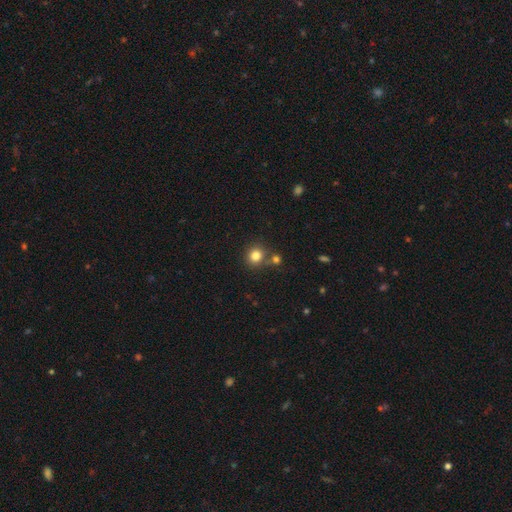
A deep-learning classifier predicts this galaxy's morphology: A smooth galaxy with no disk features (81%) that is round (87%).

Vote fractions:
- Smooth or featured? smooth: 81% / star or artifact: 12% / featured or disk: 6%
- How rounded? round: 87% / in between: 12% / cigar-shaped: 1%
- Merging? none: 71% / merger: 16% / minor disturbance: 9% / major disturbance: 3%